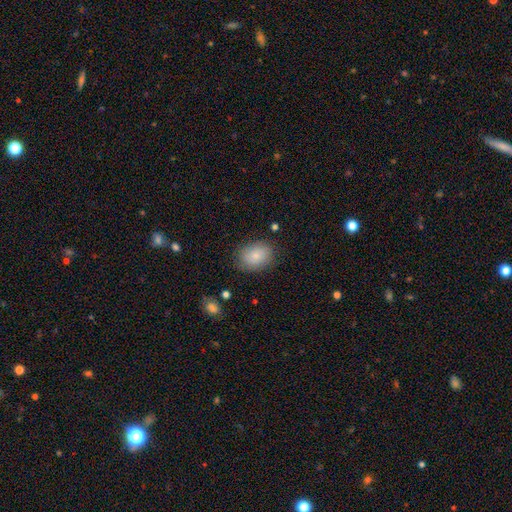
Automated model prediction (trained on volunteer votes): This is clearly a smooth galaxy (80%). How rounded: likely in between (69%). Merging: likely none (80%).